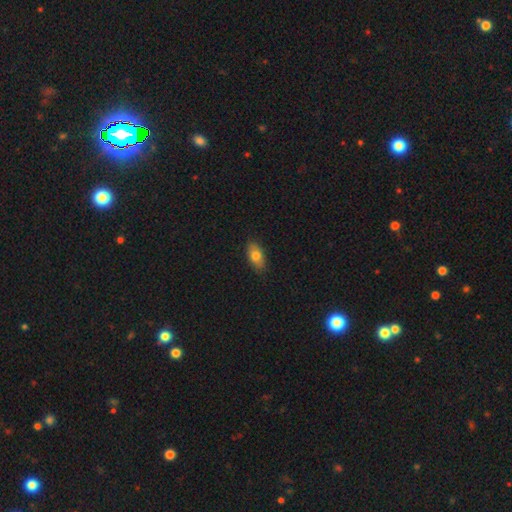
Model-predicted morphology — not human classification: Overall: smooth (78%). How rounded: in between (89%). Merging: none (86%).